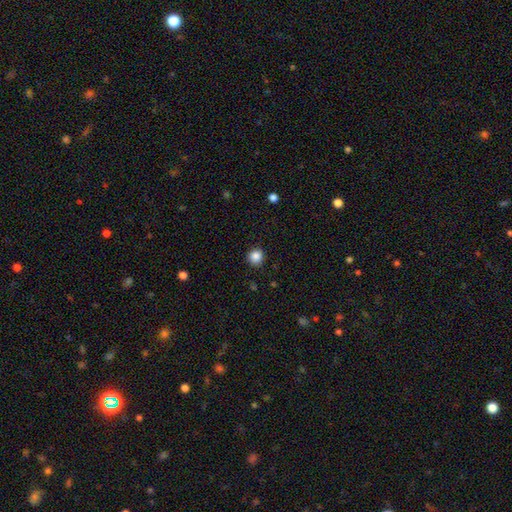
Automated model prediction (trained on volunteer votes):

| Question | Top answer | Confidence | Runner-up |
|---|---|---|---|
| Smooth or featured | smooth | 86% | star or artifact (11%) |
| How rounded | round | 94% | in between (5%) |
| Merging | none | 91% | minor disturbance (6%) |